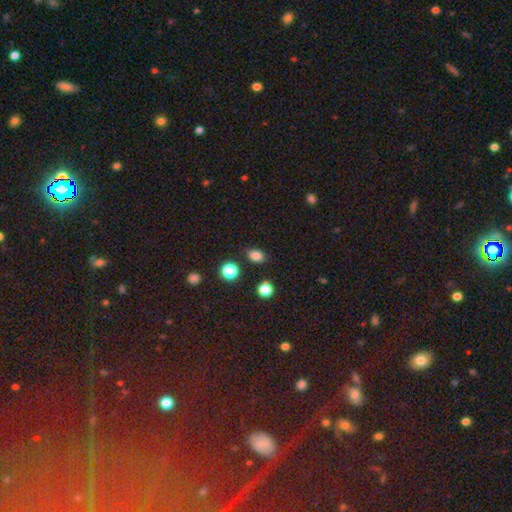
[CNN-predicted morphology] Overall: smooth (83%). How rounded: in between (72%). Merging: none (85%).